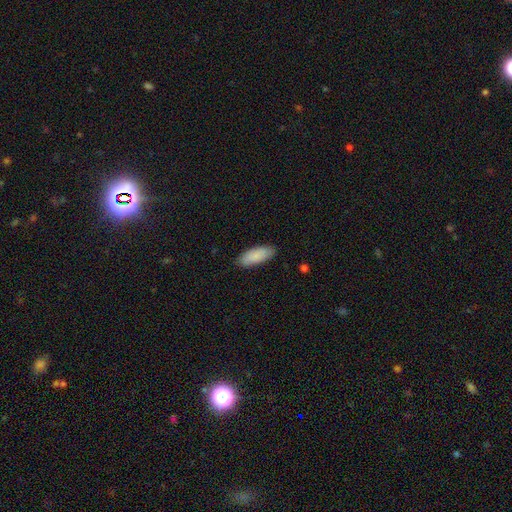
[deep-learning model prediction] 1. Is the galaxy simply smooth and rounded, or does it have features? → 87% smooth, 7% featured or disk, 5% star or artifact.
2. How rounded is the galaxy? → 77% in between, 21% cigar-shaped, 2% round.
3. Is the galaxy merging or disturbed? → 86% none, 11% minor disturbance, 2% major disturbance, 1% merger.